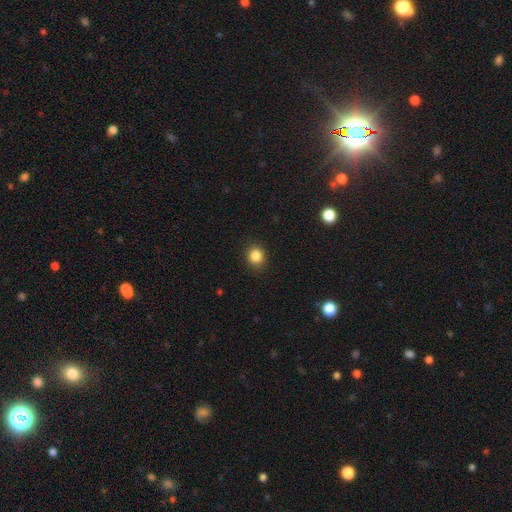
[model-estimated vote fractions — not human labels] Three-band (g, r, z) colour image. It shows a smooth galaxy with no disk features (86%) that is round (76%). Merging: none (89%).